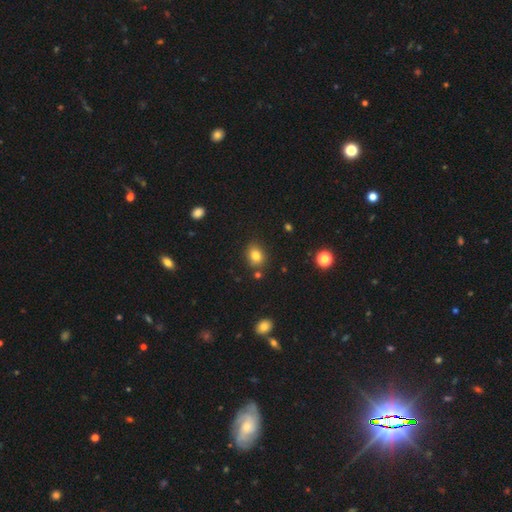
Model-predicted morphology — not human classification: A smooth galaxy with no disk features (80%) that is in between round and cigar-shaped (50%). Merging: none (78%).